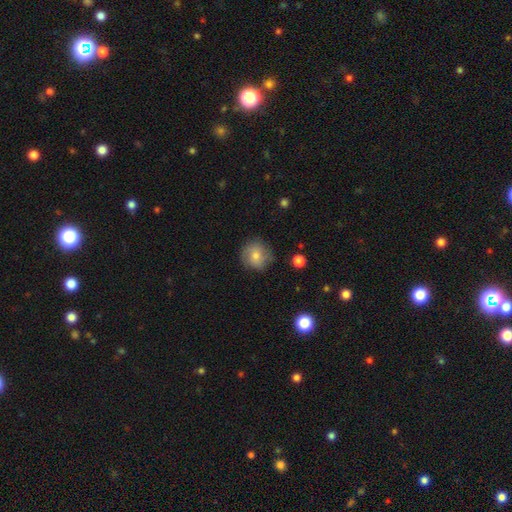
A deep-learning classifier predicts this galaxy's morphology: Overall: smooth (62%; featured or disk 29%). How rounded: round (89%). Merging: none (79%).